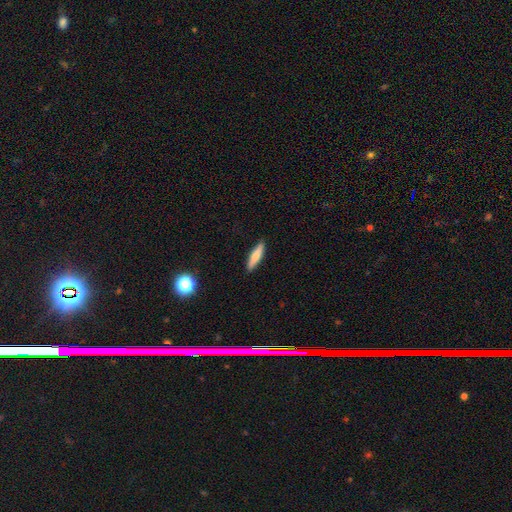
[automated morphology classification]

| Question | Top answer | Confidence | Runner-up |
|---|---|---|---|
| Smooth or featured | smooth | 66% | featured or disk (27%) |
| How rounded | cigar-shaped | 81% | in between (17%) |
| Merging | none | 89% | minor disturbance (8%) |